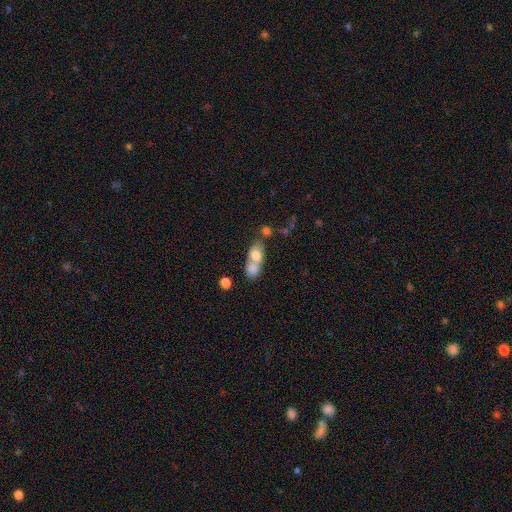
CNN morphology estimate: smooth_or_featured: smooth (p=0.73) [alt: featured or disk p=0.18]
how_rounded: in between (p=0.68) [alt: round p=0.27]
merging: merger (p=0.66) [alt: none p=0.21]